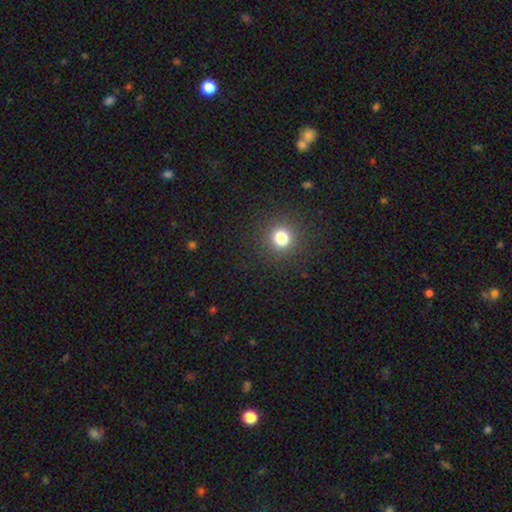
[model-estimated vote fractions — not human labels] smooth-or-featured: smooth: 67% | star or artifact: 27% | featured or disk: 5%
  how-rounded: round: 96% | in between: 3% | cigar-shaped: 1%
  merging: none: 93% | minor disturbance: 4% | major disturbance: 2% | merger: 1%